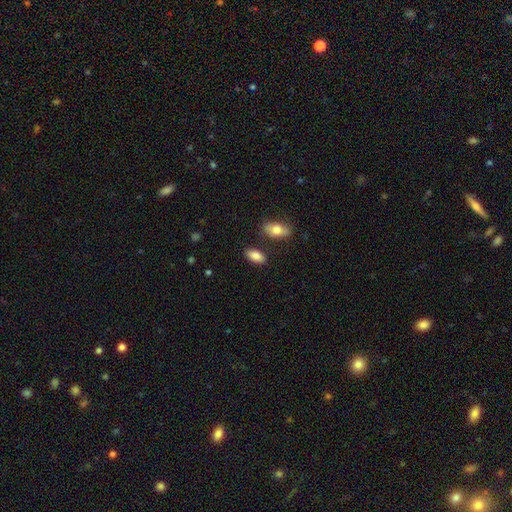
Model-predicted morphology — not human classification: The model was most divided on "merging": none: 83%, minor disturbance: 10%, merger: 5%, major disturbance: 2%. More confident: how rounded — in between (91%); smooth or featured — smooth (84%).